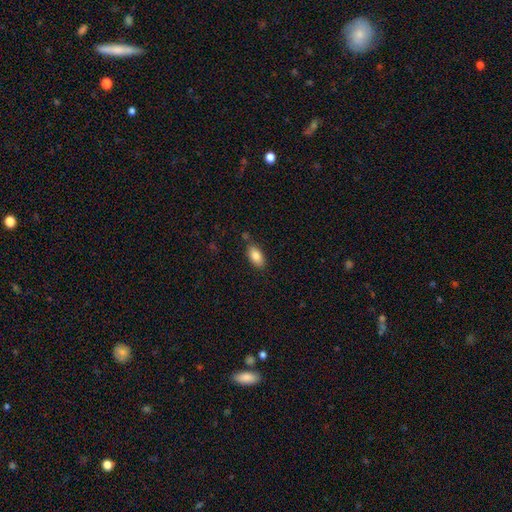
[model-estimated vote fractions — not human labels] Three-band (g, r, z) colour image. It shows a smooth galaxy with no disk features (85%) that is in between round and cigar-shaped (92%). Merging: none (78%).